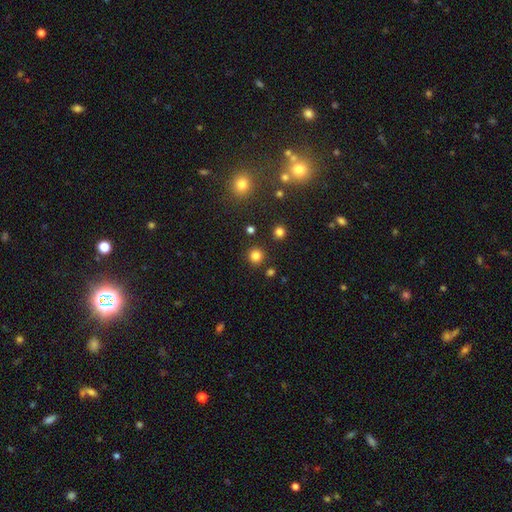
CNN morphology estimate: Smooth or featured: smooth — 82% (star or artifact — 14%)
How rounded: round — 94% (in between — 5%)
Merging: none — 89% (minor disturbance — 5%)